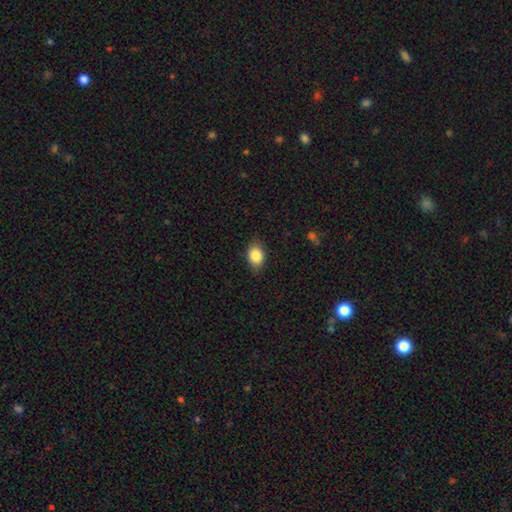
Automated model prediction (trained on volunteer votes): Smooth or featured?
  - smooth: 86% *
  - star or artifact: 8%
  - featured or disk: 6%
How rounded?
  - in between: 71% *
  - round: 28%
  - cigar-shaped: 1%
Merging?
  - none: 83% *
  - minor disturbance: 14%
  - major disturbance: 3%
  - merger: 1%